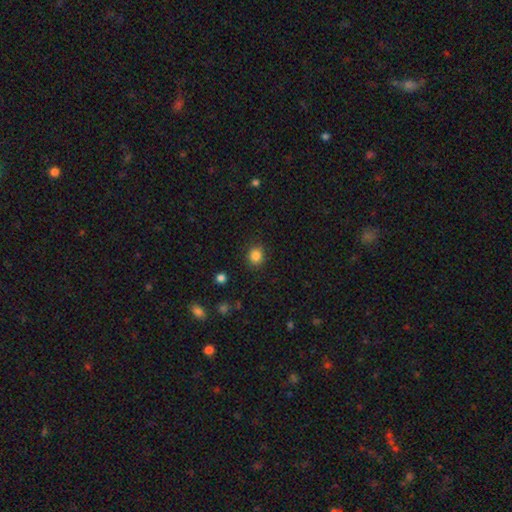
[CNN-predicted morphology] A smooth galaxy with no disk features (85%) that is round (77%).

Vote fractions:
- Smooth or featured? smooth: 85% / star or artifact: 11% / featured or disk: 4%
- How rounded? round: 77% / in between: 22% / cigar-shaped: 1%
- Merging? none: 88% / minor disturbance: 8% / major disturbance: 2% / merger: 1%